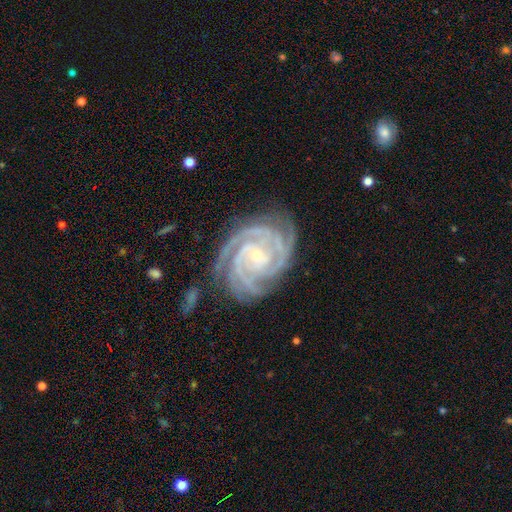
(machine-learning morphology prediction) A featured or disk galaxy (93%) with no bar (61%), 4 (36%) tight (83%) spiral arms (99%) and a small central bulge (79%).

Vote fractions:
- Smooth or featured? featured or disk: 93% / star or artifact: 5% / smooth: 3%
- Edge-on disk? no: 98% / yes: 2%
- Bar? no: 61% / weak: 26% / strong: 13%
- Spiral arms? yes: 99% / no: 1%
- Spiral winding? tight: 83% / medium: 15% / loose: 2%
- Spiral arm count? 4: 36% / 3: 30% / 2: 11% / can't tell: 9% / more than 4: 8% / 1: 6%
- Bulge size? small: 79% / moderate: 18% / none: 2% / large: 1% / dominant: 1%
- Merging? none: 75% / minor disturbance: 17% / major disturbance: 5% / merger: 2%